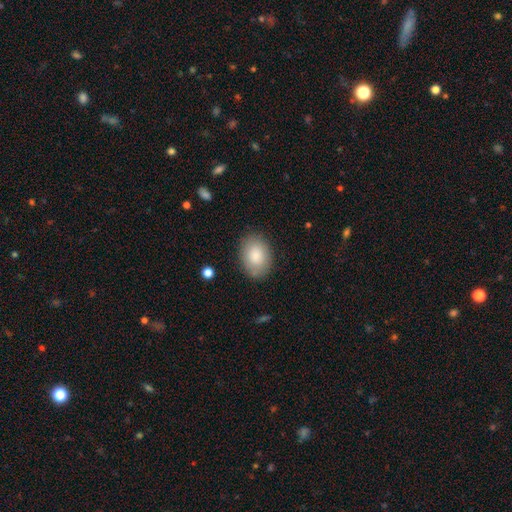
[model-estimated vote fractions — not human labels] smooth-or-featured: smooth: 86% | featured or disk: 8% | star or artifact: 6%
  how-rounded: in between: 75% | round: 24% | cigar-shaped: 1%
  merging: none: 84% | minor disturbance: 11% | major disturbance: 3% | merger: 1%